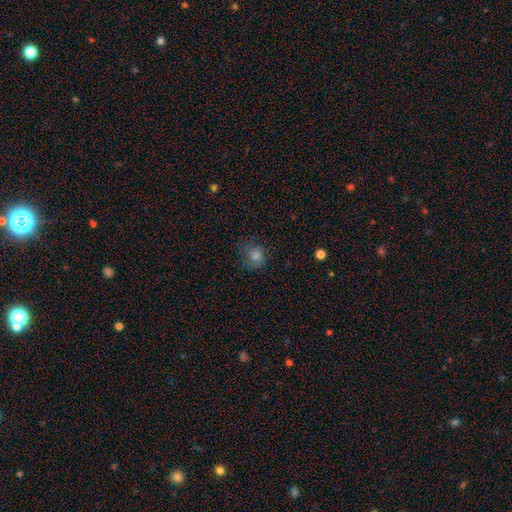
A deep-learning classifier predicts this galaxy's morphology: type=smooth (64%); roundness=round (75%); merging=none (56%).